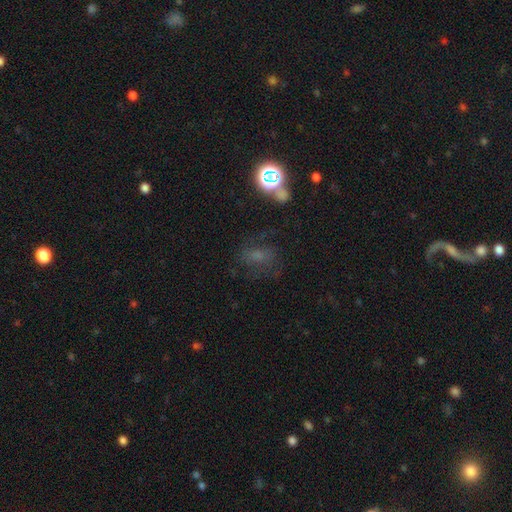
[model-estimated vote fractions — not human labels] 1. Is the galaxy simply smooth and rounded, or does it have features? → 40% smooth, 33% star or artifact, 27% featured or disk.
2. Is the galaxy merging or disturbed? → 59% none, 20% minor disturbance, 17% major disturbance, 4% merger.